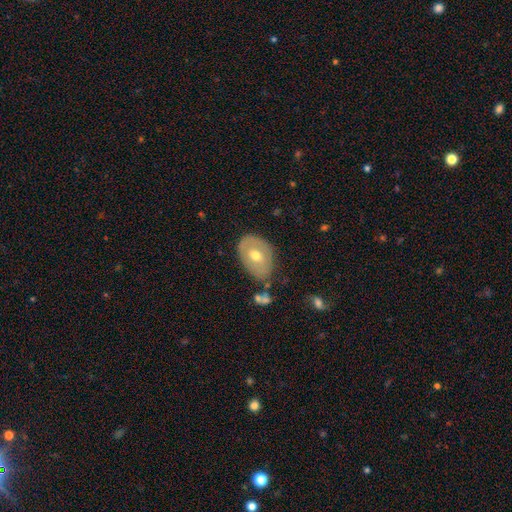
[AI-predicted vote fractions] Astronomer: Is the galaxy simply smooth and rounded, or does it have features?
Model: smooth — 50% (runner-up: featured or disk, 43%).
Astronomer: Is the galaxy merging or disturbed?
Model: none — 70%.